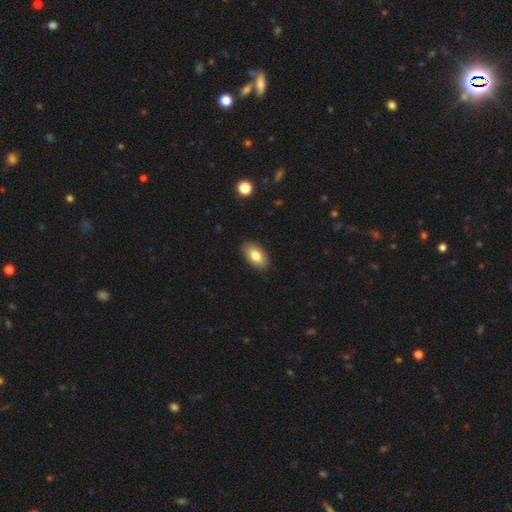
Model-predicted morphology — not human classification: A smooth galaxy with no disk features (82%) that is in between round and cigar-shaped (93%).

Vote fractions:
- Smooth or featured? smooth: 82% / featured or disk: 11% / star or artifact: 7%
- How rounded? in between: 93% / round: 4% / cigar-shaped: 3%
- Merging? none: 88% / minor disturbance: 9% / major disturbance: 2% / merger: 1%